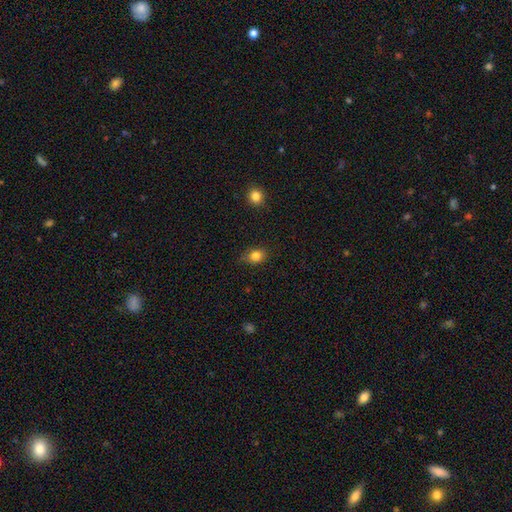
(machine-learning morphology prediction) The model was most divided on "how rounded": in between: 51%, round: 48%, cigar-shaped: 1%. More confident: smooth or featured — smooth (83%); merging — none (77%).